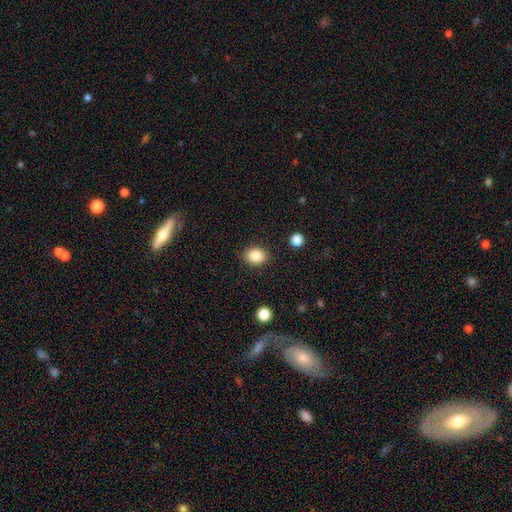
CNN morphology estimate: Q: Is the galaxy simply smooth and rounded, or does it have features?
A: smooth — 86%.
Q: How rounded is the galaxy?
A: in between — 59%.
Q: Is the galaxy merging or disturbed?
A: none — 87%.